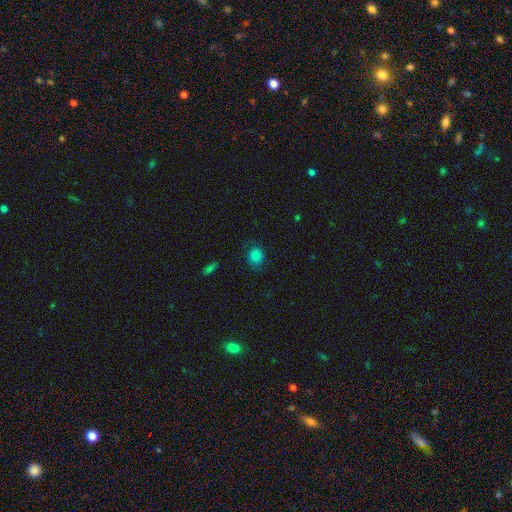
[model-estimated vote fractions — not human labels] Q: Smooth or featured?
A: smooth (83%); runner-up: star or artifact (11%)
Q: How rounded?
A: round (73%); runner-up: in between (26%)
Q: Merging?
A: none (72%); runner-up: minor disturbance (21%)